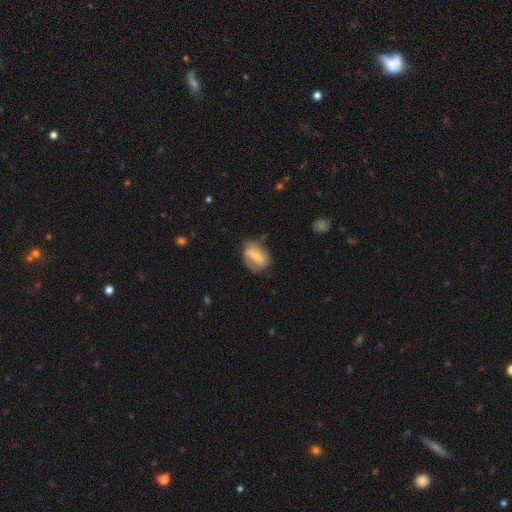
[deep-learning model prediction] Q: Smooth or featured?
A: featured or disk (49%); runner-up: smooth (44%)
Q: Merging?
A: none (60%); runner-up: minor disturbance (27%)